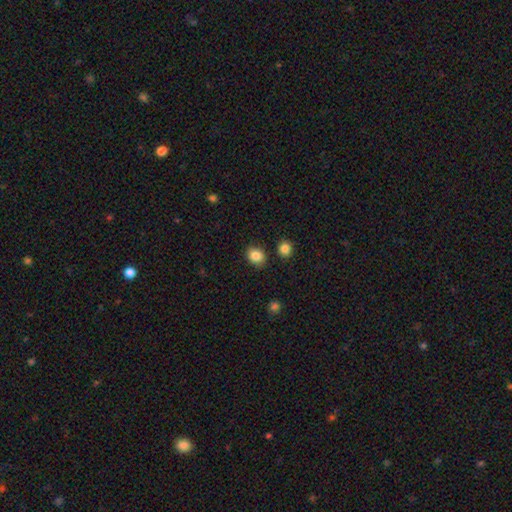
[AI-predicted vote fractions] Smooth or featured?
  - smooth: 86% *
  - star or artifact: 10%
  - featured or disk: 5%
How rounded?
  - round: 57% *
  - in between: 42%
  - cigar-shaped: 1%
Merging?
  - none: 85% *
  - minor disturbance: 9%
  - merger: 4%
  - major disturbance: 2%